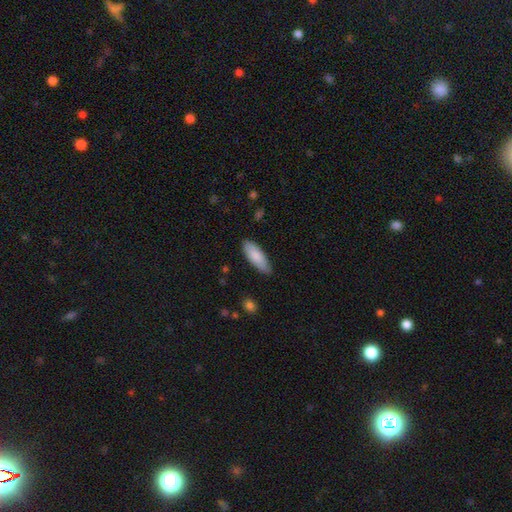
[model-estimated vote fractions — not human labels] Smooth or featured? Predicted: smooth (p=0.86). How rounded? Predicted: in between (p=0.67). Merging? Predicted: none (p=0.83).